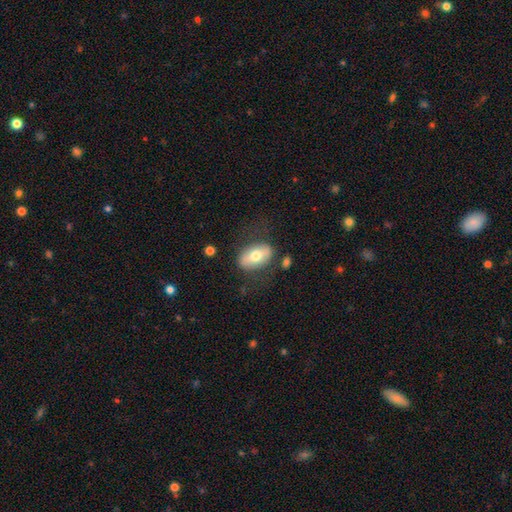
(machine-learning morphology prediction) A smooth galaxy with no disk features (59%) that is in between round and cigar-shaped (89%). Merging: none (71%).